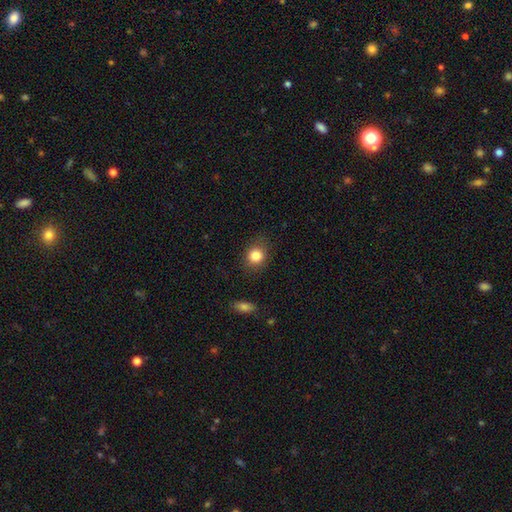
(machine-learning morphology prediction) Q: Smooth or featured?
A: smooth (84%); runner-up: star or artifact (10%)
Q: How rounded?
A: round (72%); runner-up: in between (27%)
Q: Merging?
A: none (81%); runner-up: minor disturbance (13%)